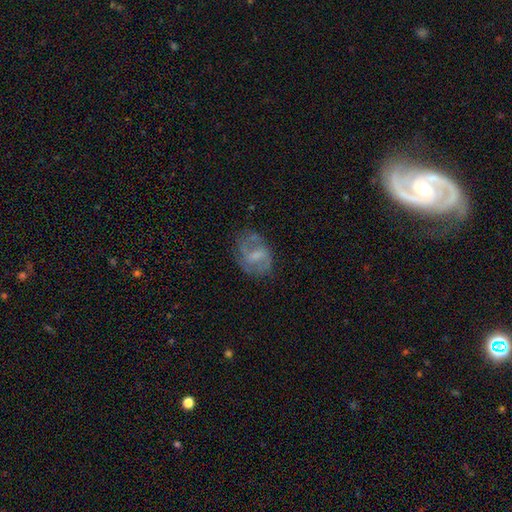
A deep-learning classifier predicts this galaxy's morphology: Smooth or featured?
  - featured or disk: 62% *
  - smooth: 30%
  - star or artifact: 8%
Edge-on disk?
  - no: 97% *
  - yes: 3%
Bar?
  - weak: 53% *
  - no: 29%
  - strong: 18%
Spiral arms?
  - yes: 72% *
  - no: 28%
Bulge size?
  - small: 32% *
  - none: 31%
  - moderate: 31%
  - large: 5%
  - dominant: 1%
Merging?
  - none: 55% *
  - minor disturbance: 25%
  - major disturbance: 17%
  - merger: 3%